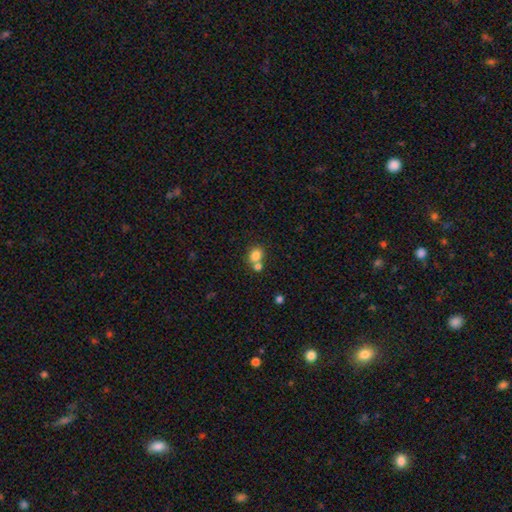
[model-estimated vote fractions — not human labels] Smooth or featured: smooth — 81% (star or artifact — 11%)
How rounded: round — 63% (in between — 36%)
Merging: none — 46% (merger — 43%)